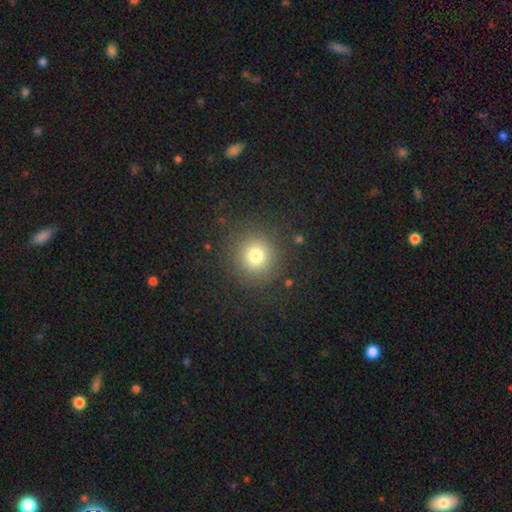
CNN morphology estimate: The model was most divided on "smooth or featured": smooth: 76%, star or artifact: 15%, featured or disk: 9%. More confident: how rounded — round (93%); merging — none (87%).